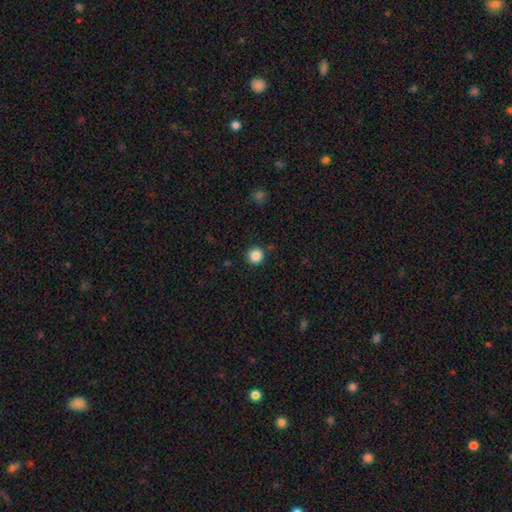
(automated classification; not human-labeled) smooth 86%, star or artifact 11%, featured or disk 3%. Down the decision tree: how rounded — round (95%); merging — none (90%).